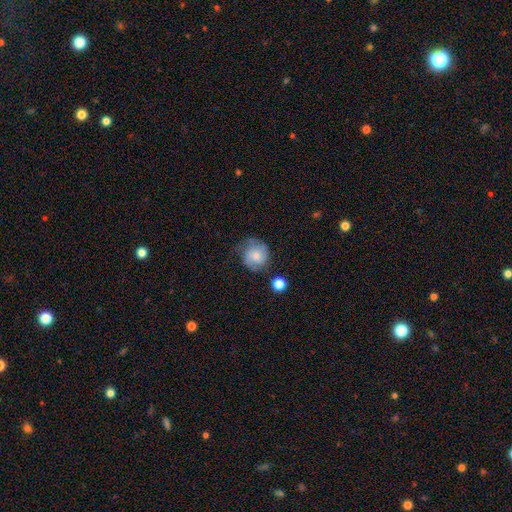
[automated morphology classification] A smooth galaxy with no disk features (54%) that is round (84%).

Vote fractions:
- Smooth or featured? smooth: 54% / featured or disk: 38% / star or artifact: 8%
- How rounded? round: 84% / in between: 15% / cigar-shaped: 1%
- Merging? none: 54% / minor disturbance: 28% / major disturbance: 14% / merger: 4%